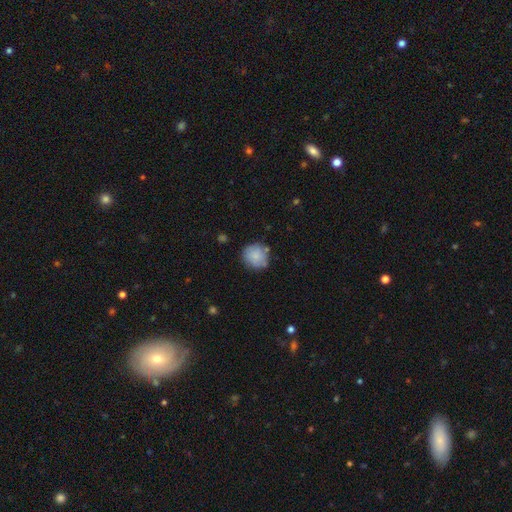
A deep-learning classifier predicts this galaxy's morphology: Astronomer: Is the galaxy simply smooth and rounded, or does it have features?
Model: smooth — 81%.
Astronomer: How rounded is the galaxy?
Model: round — 87%.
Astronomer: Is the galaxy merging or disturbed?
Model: none — 73%.